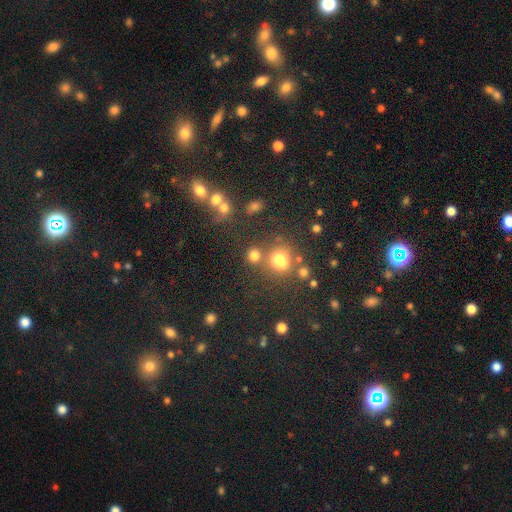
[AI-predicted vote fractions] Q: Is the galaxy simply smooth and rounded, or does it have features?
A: star or artifact — 46%.